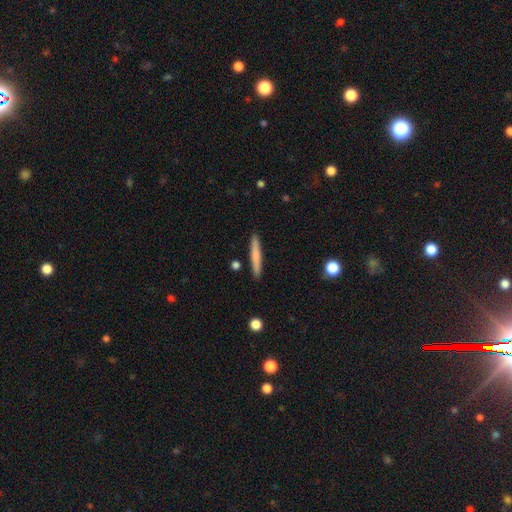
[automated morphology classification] smooth_or_featured: smooth (p=0.71) [alt: featured or disk p=0.23]
how_rounded: cigar-shaped (p=0.95) [alt: in between p=0.03]
merging: none (p=0.91) [alt: minor disturbance p=0.06]